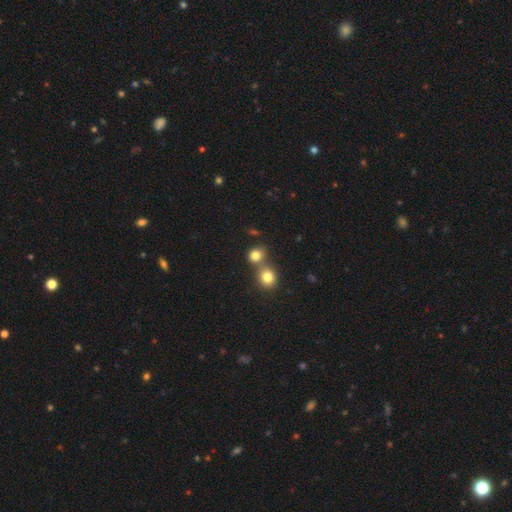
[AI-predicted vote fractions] Smooth or featured? Predicted: smooth (p=0.80). How rounded? Predicted: round (p=0.77). Merging? Predicted: none (p=0.50).